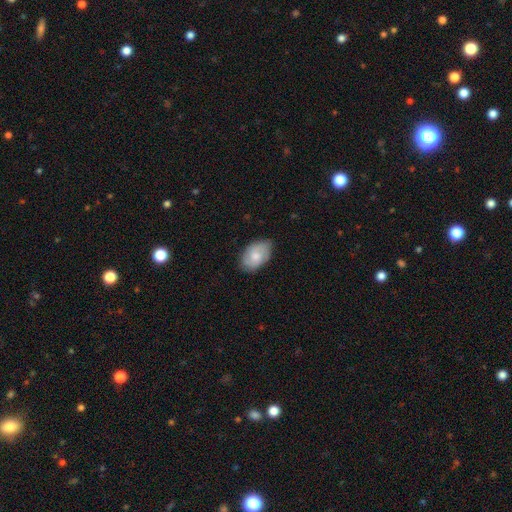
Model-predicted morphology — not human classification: Smooth or featured? smooth (67%)
How rounded? in between (90%)
Merging? none (75%)